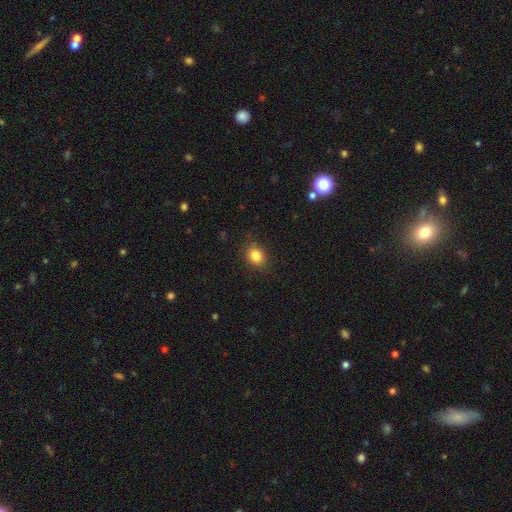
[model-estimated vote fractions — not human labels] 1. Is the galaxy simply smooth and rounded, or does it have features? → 84% smooth, 10% star or artifact, 6% featured or disk.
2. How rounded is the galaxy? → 50% round, 49% in between, 1% cigar-shaped.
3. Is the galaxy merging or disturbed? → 85% none, 12% minor disturbance, 3% major disturbance, 1% merger.